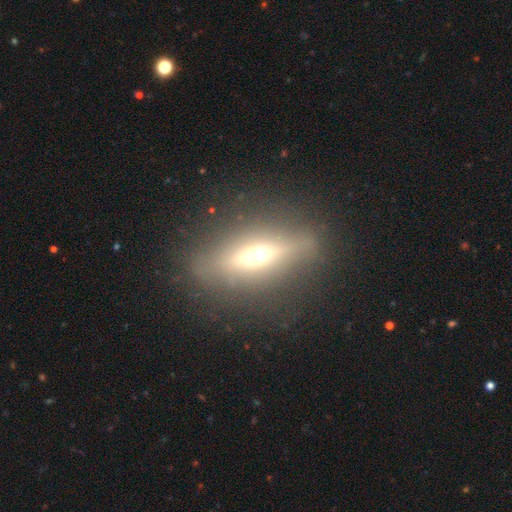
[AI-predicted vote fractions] A featured or disk galaxy (55%) viewed edge-on (80%). Merging: none (79%).